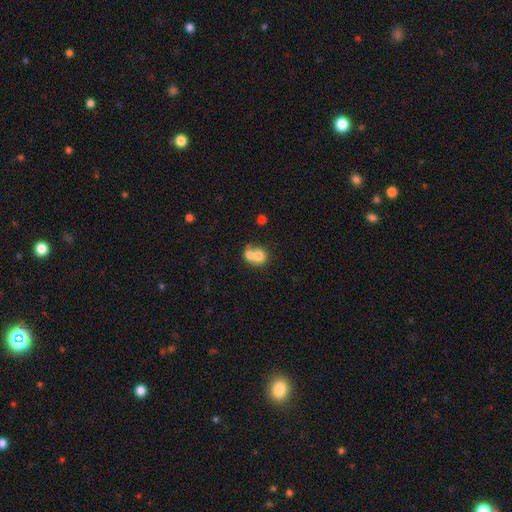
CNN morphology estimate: Smooth or featured? Predicted: smooth (p=0.71). How rounded? Predicted: round (p=0.71). Merging? Predicted: merger (p=0.67).